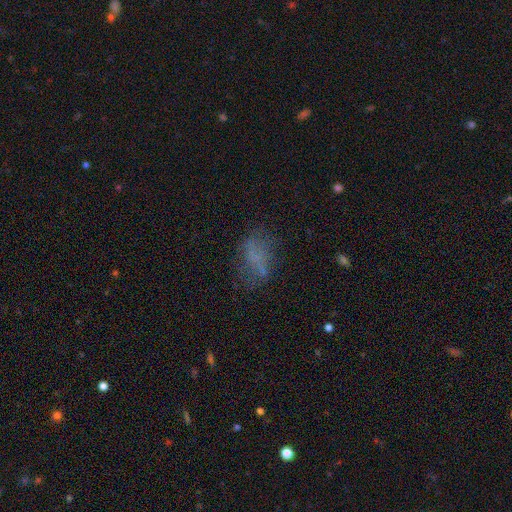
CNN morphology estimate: The model was most divided on "smooth or featured": smooth: 50%, featured or disk: 32%, star or artifact: 18%. More confident: how rounded — in between (82%); merging — none (52%).